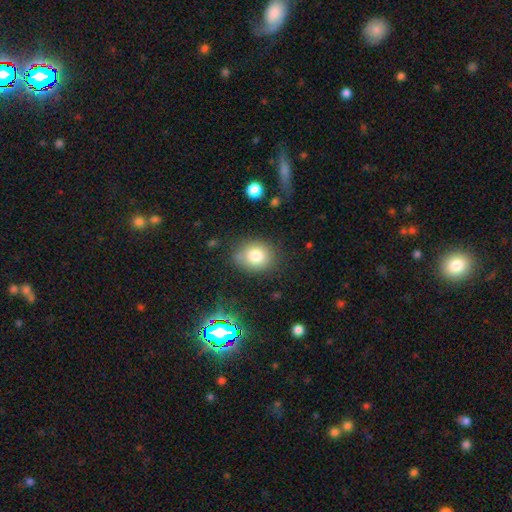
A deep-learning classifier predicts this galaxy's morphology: type=smooth (78%); roundness=round (60%); merging=none (76%).